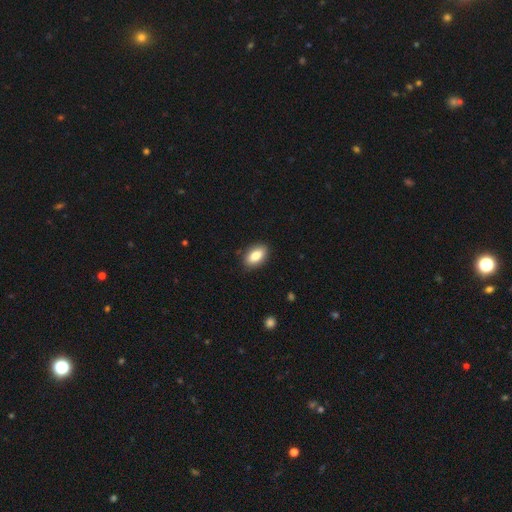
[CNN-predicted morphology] A smooth galaxy with no disk features (85%) that is in between round and cigar-shaped (92%). Merging: none (87%).